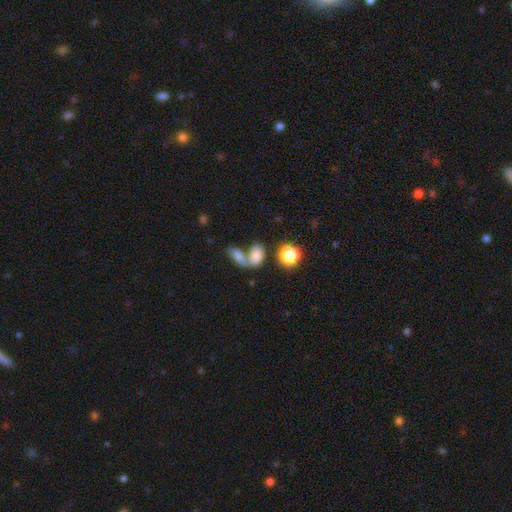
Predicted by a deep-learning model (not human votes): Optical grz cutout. It shows a smooth galaxy with no disk features (78%) that is in between round and cigar-shaped (82%). Merging: merger (58%).